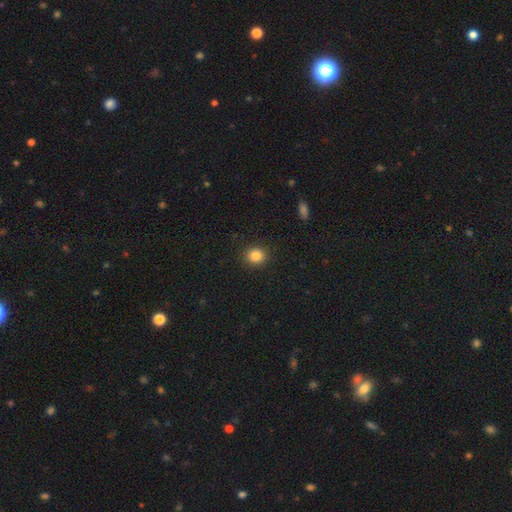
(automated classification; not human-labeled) The model was most divided on "how rounded": round: 81%, in between: 18%, cigar-shaped: 1%. More confident: merging — none (91%); smooth or featured — smooth (85%).